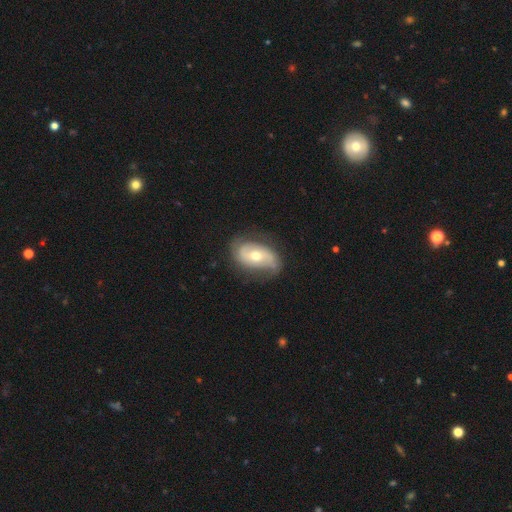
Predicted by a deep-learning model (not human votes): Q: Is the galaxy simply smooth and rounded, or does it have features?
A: featured or disk — 65%.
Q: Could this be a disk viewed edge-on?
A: no — 94%.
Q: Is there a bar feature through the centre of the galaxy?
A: no — 60%.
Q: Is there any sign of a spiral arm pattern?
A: yes — 76%.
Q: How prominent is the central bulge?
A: moderate — 70%.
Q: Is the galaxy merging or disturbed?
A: none — 67%.